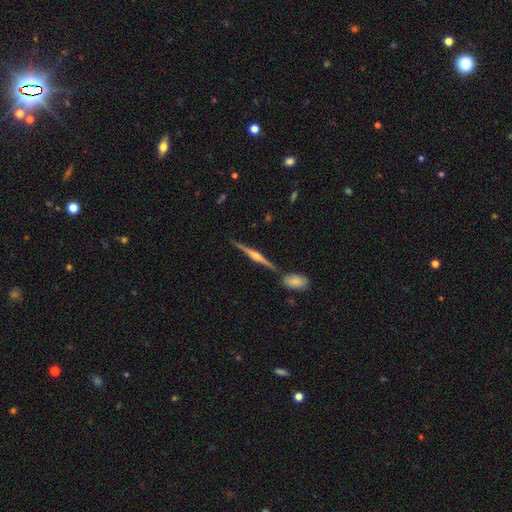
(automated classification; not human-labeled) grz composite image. It shows a featured or disk galaxy (84%) viewed edge-on (98%) with a rounded central bulge (88%). Merging: none (84%).